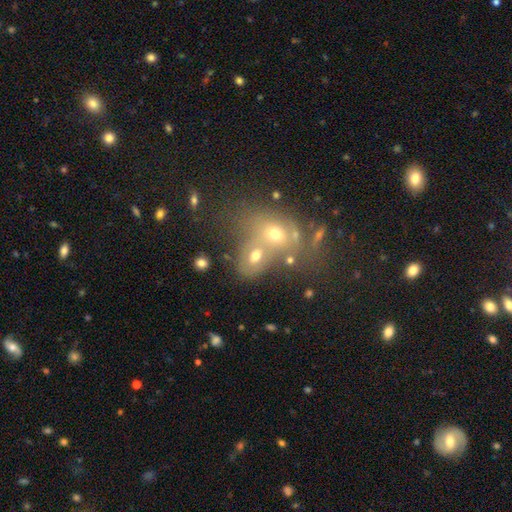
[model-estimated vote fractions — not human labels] Smooth or featured? Predicted: smooth (p=0.61). How rounded? Predicted: in between (p=0.63). Merging? Predicted: merger (p=0.55).